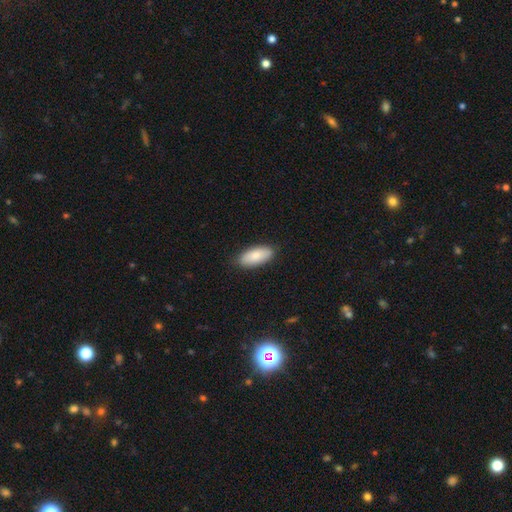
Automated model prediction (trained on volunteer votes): A smooth galaxy with no disk features (85%) that is in between round and cigar-shaped (87%).

Vote fractions:
- Smooth or featured? smooth: 85% / featured or disk: 10% / star or artifact: 5%
- How rounded? in between: 87% / cigar-shaped: 11% / round: 2%
- Merging? none: 87% / minor disturbance: 10% / major disturbance: 2% / merger: 1%